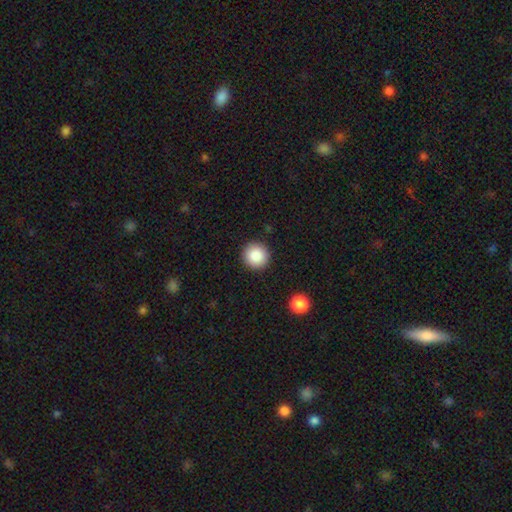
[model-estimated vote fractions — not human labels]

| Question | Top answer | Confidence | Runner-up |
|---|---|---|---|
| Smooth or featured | smooth | 86% | star or artifact (9%) |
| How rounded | round | 95% | in between (4%) |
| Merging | none | 91% | minor disturbance (5%) |